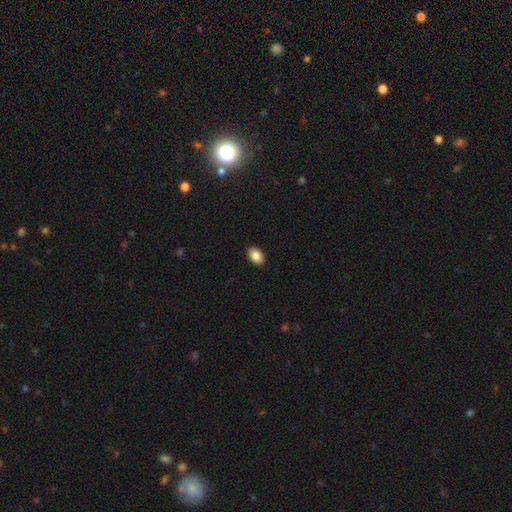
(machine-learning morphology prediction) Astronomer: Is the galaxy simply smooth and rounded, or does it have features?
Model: smooth — 88%.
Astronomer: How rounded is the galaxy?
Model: in between — 87%.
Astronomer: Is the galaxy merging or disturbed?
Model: none — 90%.